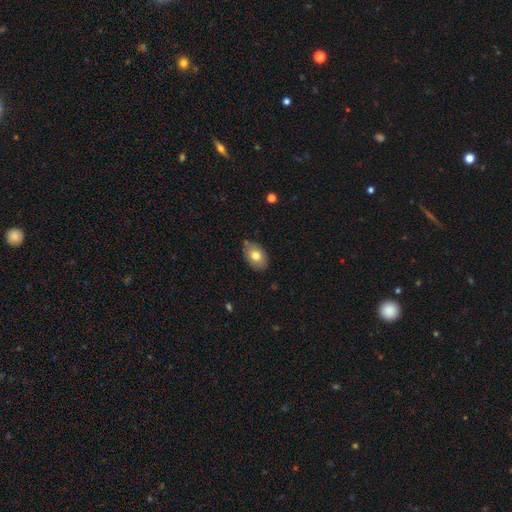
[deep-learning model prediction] smooth 75%, featured or disk 18%, star or artifact 8%. Down the decision tree: how rounded — in between (84%); merging — none (79%).